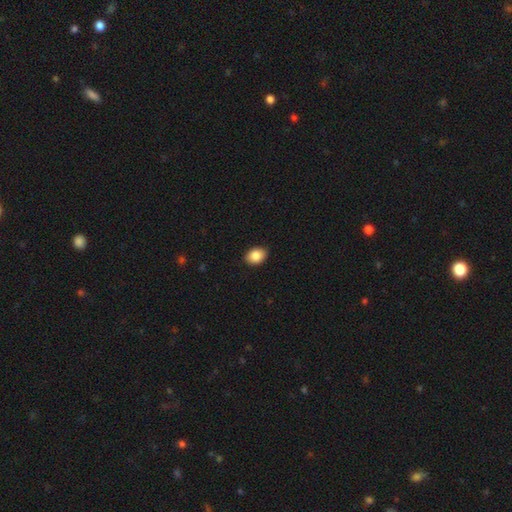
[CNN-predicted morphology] The model was most divided on "how rounded": in between: 72%, round: 27%, cigar-shaped: 1%. More confident: merging — none (88%); smooth or featured — smooth (86%).